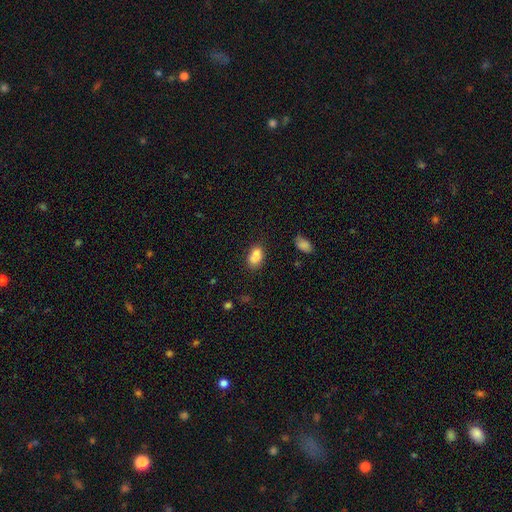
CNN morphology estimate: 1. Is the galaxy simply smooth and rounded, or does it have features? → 77% smooth, 13% featured or disk, 10% star or artifact.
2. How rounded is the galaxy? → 76% in between, 22% round, 2% cigar-shaped.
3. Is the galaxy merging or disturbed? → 40% none, 35% merger, 18% minor disturbance, 6% major disturbance.